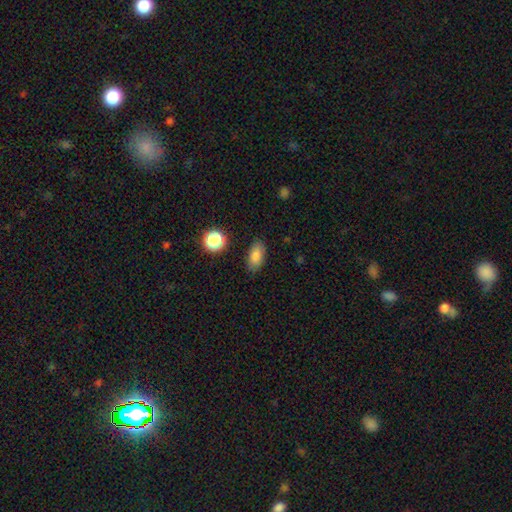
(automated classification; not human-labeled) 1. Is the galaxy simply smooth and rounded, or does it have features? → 82% smooth, 10% star or artifact, 8% featured or disk.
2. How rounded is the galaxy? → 89% in between, 7% round, 5% cigar-shaped.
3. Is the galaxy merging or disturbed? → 85% none, 10% minor disturbance, 3% major disturbance, 2% merger.